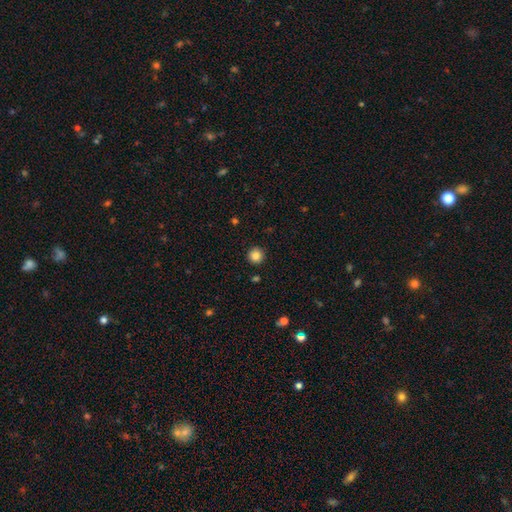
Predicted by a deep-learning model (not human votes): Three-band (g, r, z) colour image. It shows a smooth galaxy with no disk features (84%) that is round (94%). Merging: none (92%).